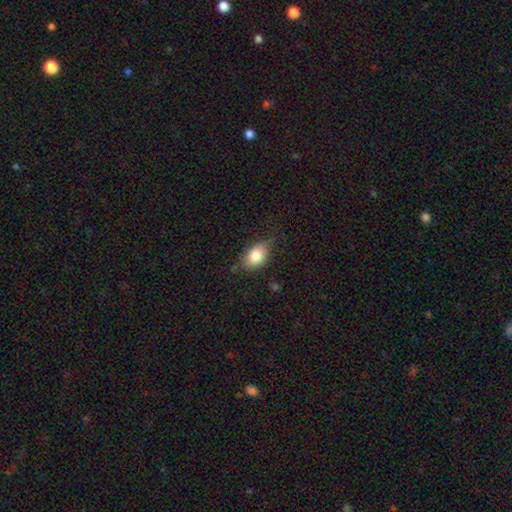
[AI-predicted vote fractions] A smooth galaxy with no disk features (78%) that is in between round and cigar-shaped (80%). Merging: none (62%).